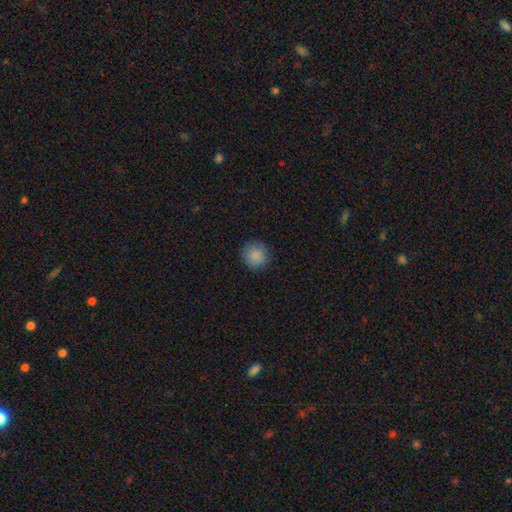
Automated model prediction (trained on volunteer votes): Morphology: type=smooth (88%); roundness=round (93%); merging=none (89%).